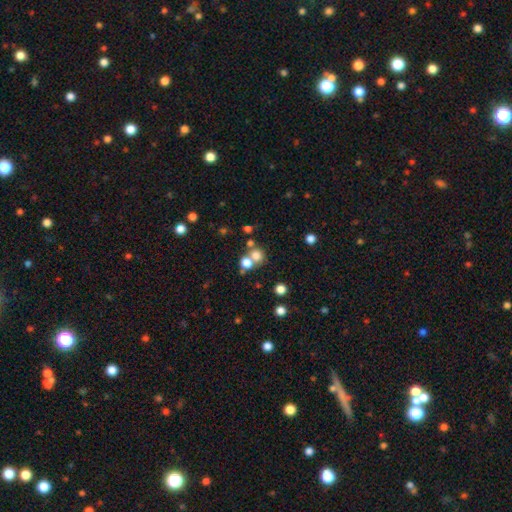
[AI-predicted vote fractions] Morphology: type=smooth (73%); roundness=round (83%); merging=none (49%).